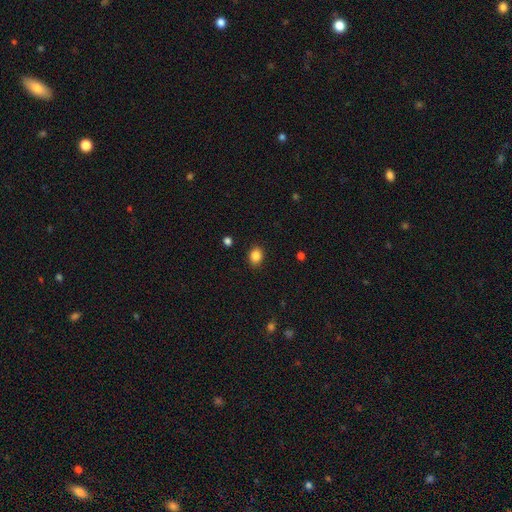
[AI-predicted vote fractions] This appears to be a smooth galaxy with no disk features (85%) that is round (51%). Merging: none (88%).